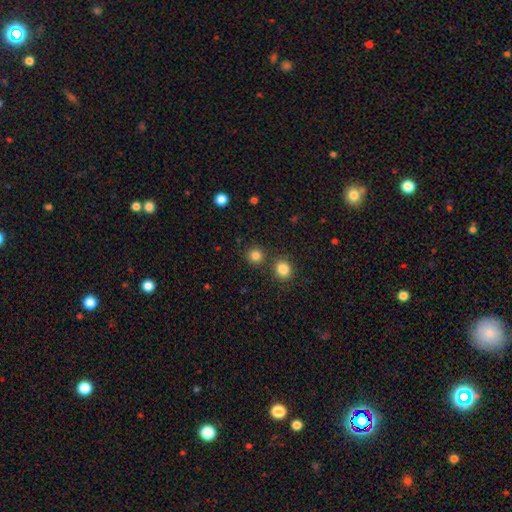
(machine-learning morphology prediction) Smooth or featured: smooth — 83% (star or artifact — 13%)
How rounded: round — 91% (in between — 8%)
Merging: none — 80% (merger — 11%)